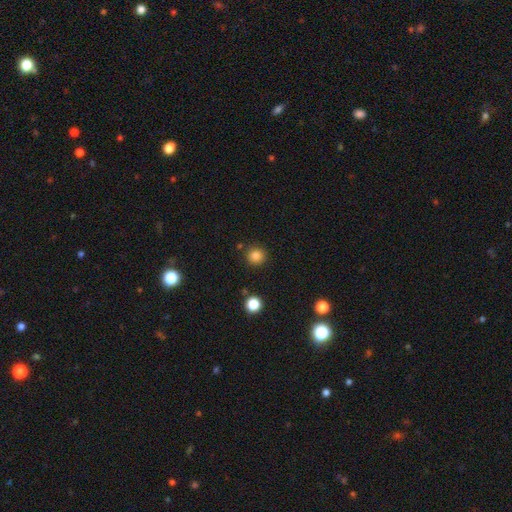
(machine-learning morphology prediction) Overall: smooth (84%). How rounded: round (94%). Merging: none (88%).